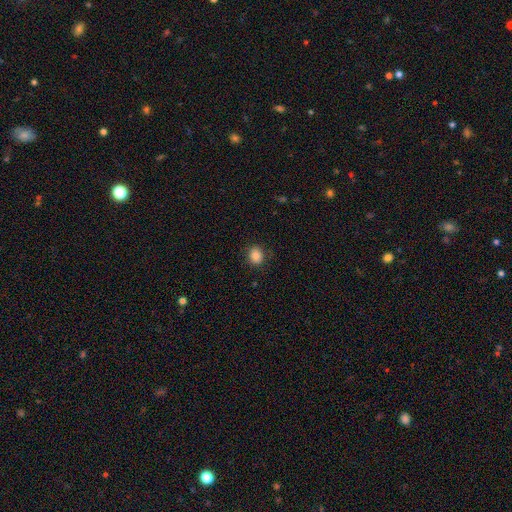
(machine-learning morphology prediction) This is clearly a smooth galaxy (86%). How rounded: likely round (66%). Merging: clearly none (87%).